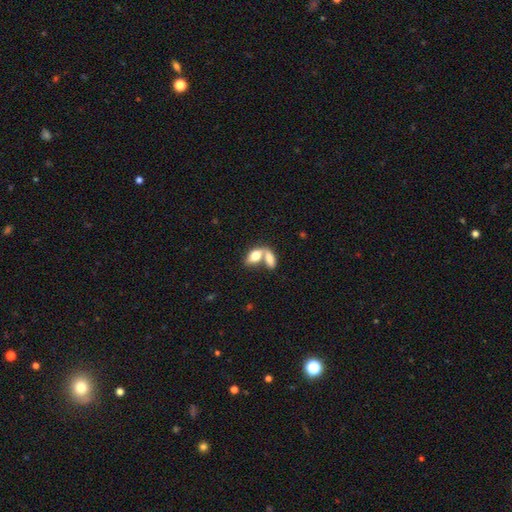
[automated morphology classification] Smooth or featured? Predicted: smooth (p=0.73). How rounded? Predicted: in between (p=0.86). Merging? Predicted: merger (p=0.69).